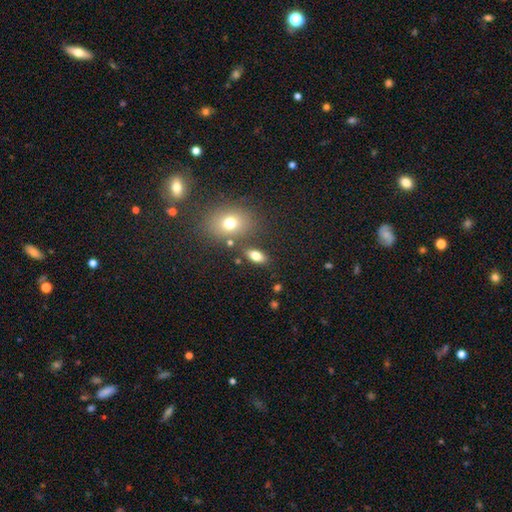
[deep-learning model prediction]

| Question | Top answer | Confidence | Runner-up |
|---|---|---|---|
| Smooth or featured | smooth | 78% | featured or disk (12%) |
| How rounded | in between | 86% | round (8%) |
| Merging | none | 76% | minor disturbance (11%) |